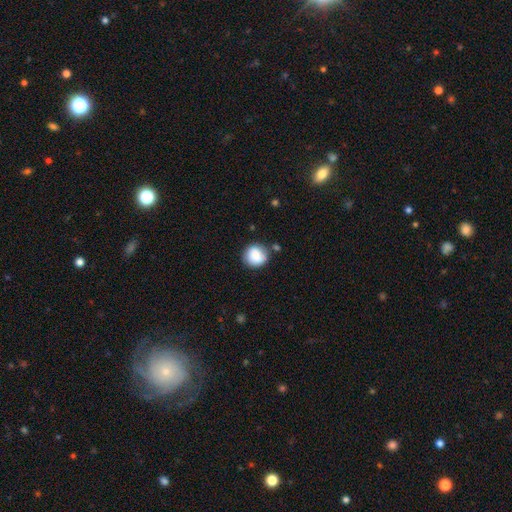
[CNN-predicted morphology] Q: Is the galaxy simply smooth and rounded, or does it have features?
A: smooth — 83%.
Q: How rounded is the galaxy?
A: round — 90%.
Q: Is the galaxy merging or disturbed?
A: none — 74%.